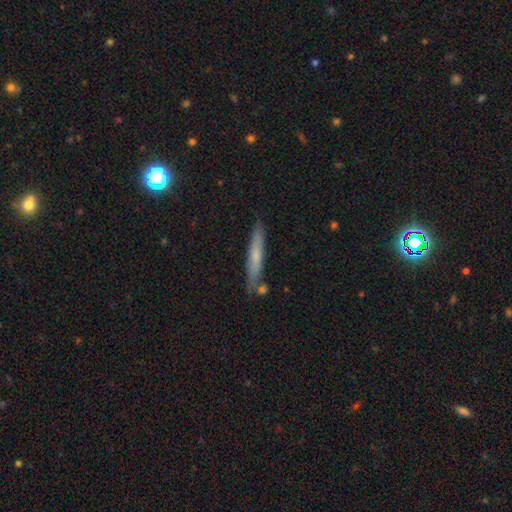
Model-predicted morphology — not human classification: A smooth galaxy with no disk features (57%) that is cigar-shaped (93%). Merging: none (80%).